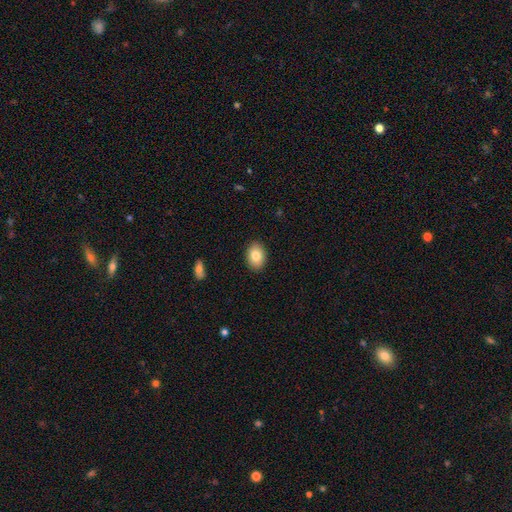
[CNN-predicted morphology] smooth_or_featured: smooth (p=0.82) [alt: featured or disk p=0.10]
how_rounded: in between (p=0.80) [alt: round p=0.19]
merging: none (p=0.89) [alt: minor disturbance p=0.08]